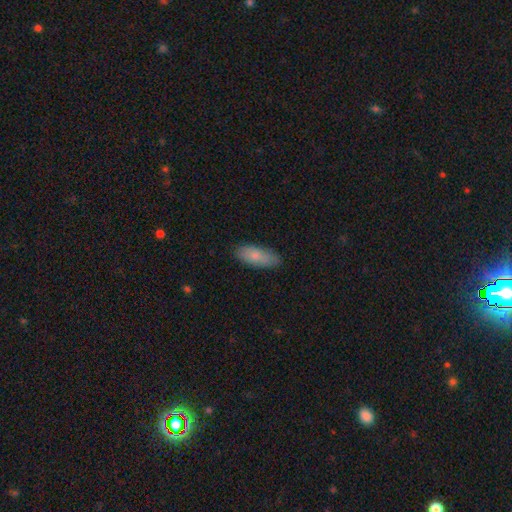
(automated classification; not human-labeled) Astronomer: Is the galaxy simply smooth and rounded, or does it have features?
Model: smooth — 82%.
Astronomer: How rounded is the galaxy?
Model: in between — 76%.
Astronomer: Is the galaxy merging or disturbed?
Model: none — 82%.